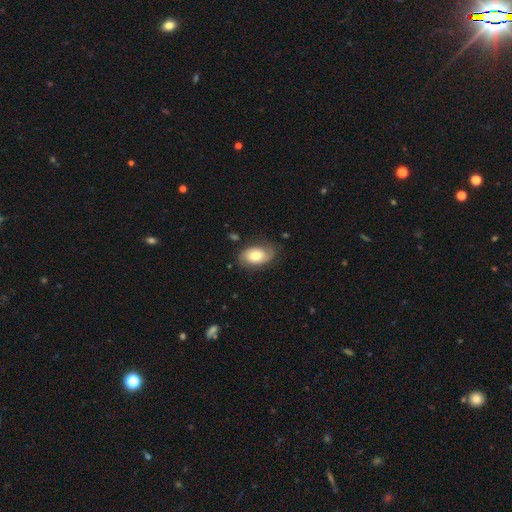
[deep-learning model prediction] Smooth or featured? Predicted: smooth (p=0.63). How rounded? Predicted: in between (p=0.89). Merging? Predicted: none (p=0.71).